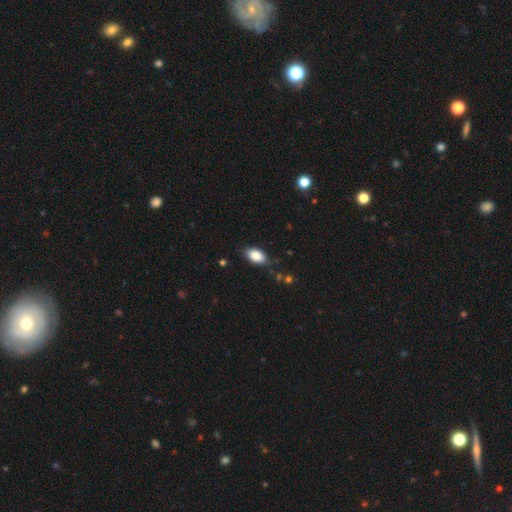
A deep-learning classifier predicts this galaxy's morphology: A smooth galaxy with no disk features (85%) that is in between round and cigar-shaped (92%). Merging: none (82%).